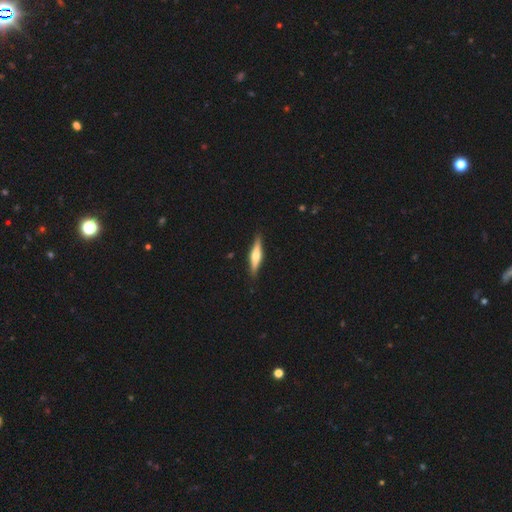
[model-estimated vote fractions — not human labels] The model was most divided on "smooth or featured": featured or disk: 58%, smooth: 37%, star or artifact: 5%. More confident: edge-on disk — yes (96%); edge-on bulge — rounded (91%); merging — none (90%).